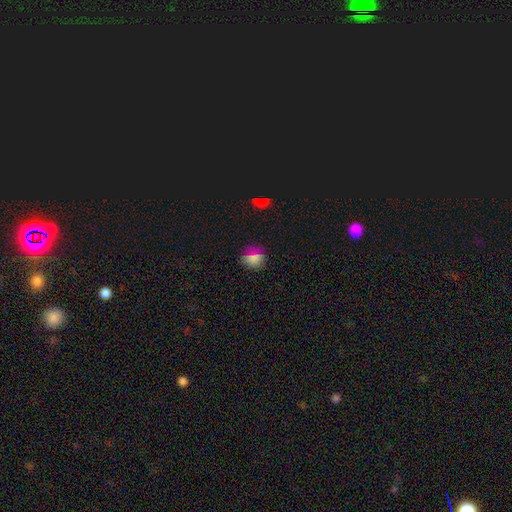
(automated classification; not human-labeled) Overall: smooth (74%). How rounded: round (74%). Merging: none (83%).